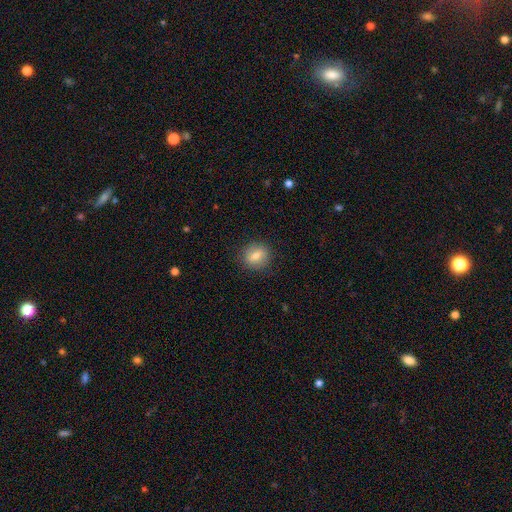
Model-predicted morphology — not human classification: Smooth or featured? smooth (76%)
How rounded? round (71%)
Merging? none (87%)